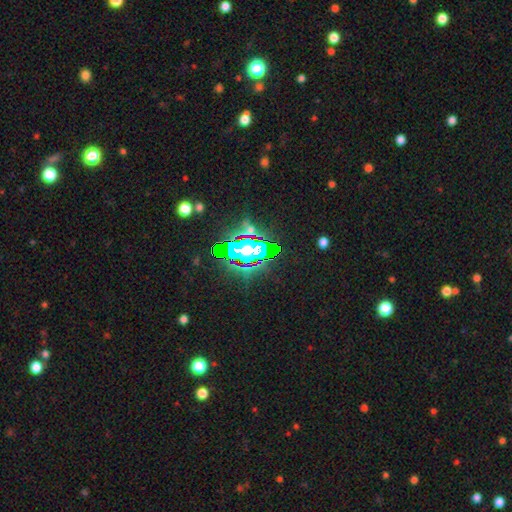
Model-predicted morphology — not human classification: Smooth or featured: star or artifact — 79% (smooth — 11%)